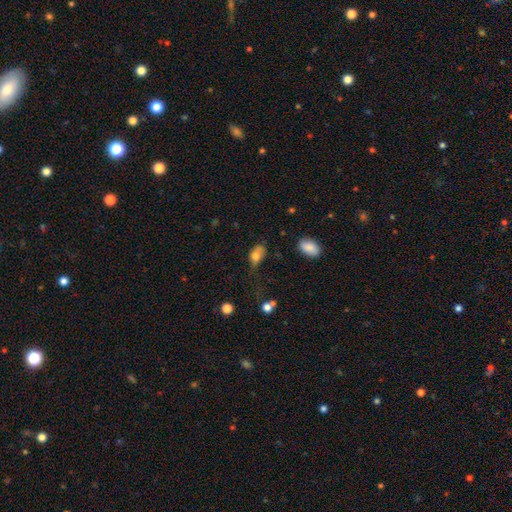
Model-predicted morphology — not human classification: smooth_or_featured: smooth (p=0.76) [alt: featured or disk p=0.14]
how_rounded: in between (p=0.83) [alt: round p=0.13]
merging: minor disturbance (p=0.37) [alt: none p=0.36]